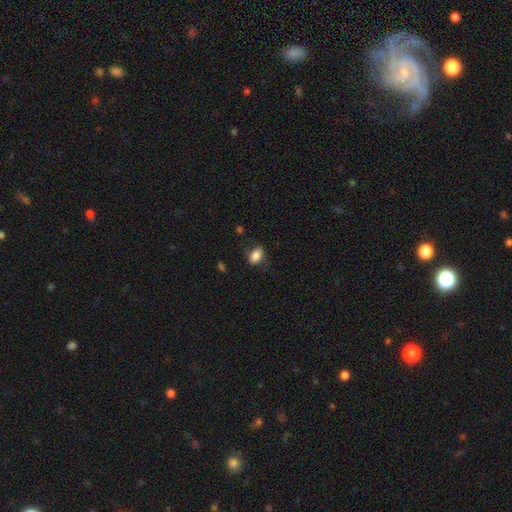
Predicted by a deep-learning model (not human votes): Overall: smooth (85%). How rounded: in between (82%). Merging: none (69%).